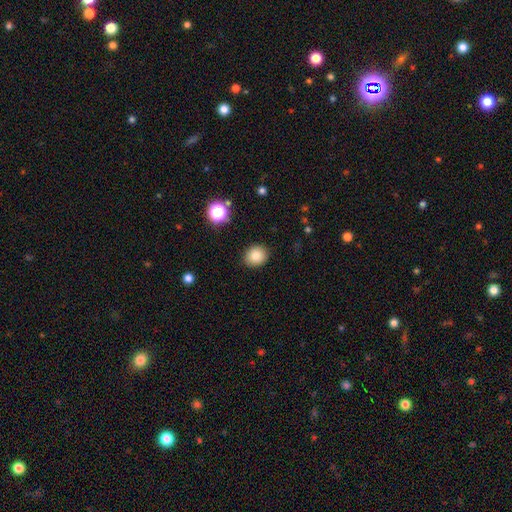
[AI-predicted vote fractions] A smooth galaxy with no disk features (83%) that is round (70%). Merging: none (89%).